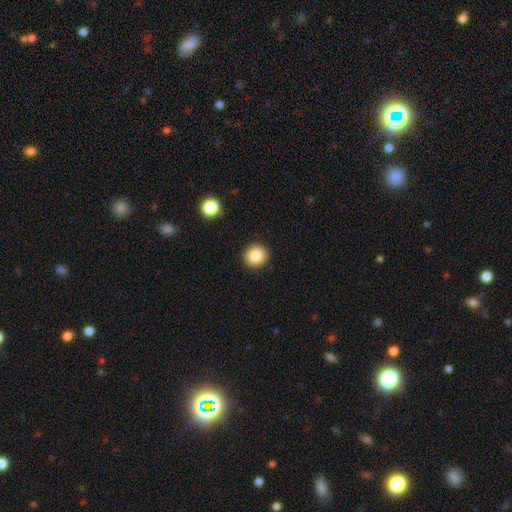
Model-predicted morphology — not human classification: type=smooth (84%); roundness=round (92%); merging=none (92%).